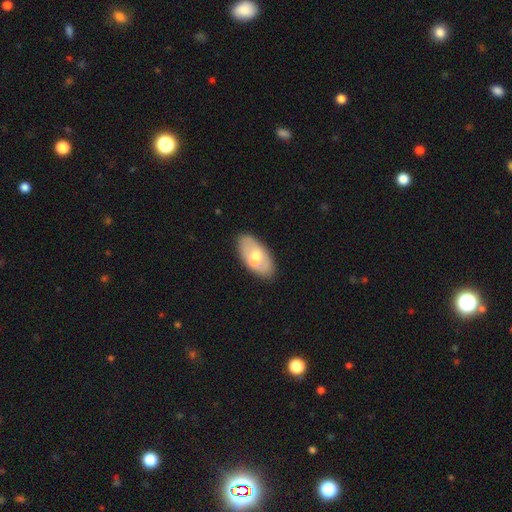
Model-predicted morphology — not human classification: Q: Smooth or featured?
A: smooth (50%); runner-up: featured or disk (43%)
Q: How rounded?
A: in between (92%); runner-up: cigar-shaped (4%)
Q: Merging?
A: none (75%); runner-up: minor disturbance (15%)